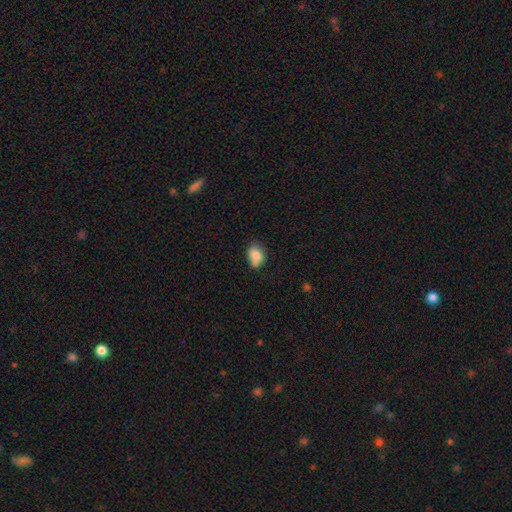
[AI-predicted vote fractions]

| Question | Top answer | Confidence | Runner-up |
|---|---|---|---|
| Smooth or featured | smooth | 81% | featured or disk (10%) |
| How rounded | in between | 65% | round (34%) |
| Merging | none | 47% | minor disturbance (28%) |